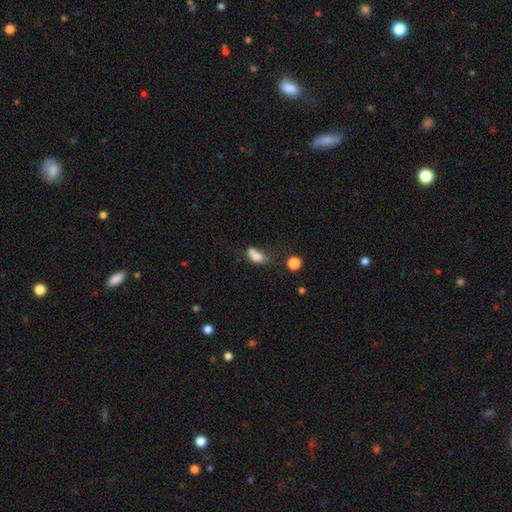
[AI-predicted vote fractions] smooth_or_featured: smooth (p=0.77) [alt: featured or disk p=0.11]
how_rounded: in between (p=0.83) [alt: round p=0.10]
merging: none (p=0.30) [alt: minor disturbance p=0.29]